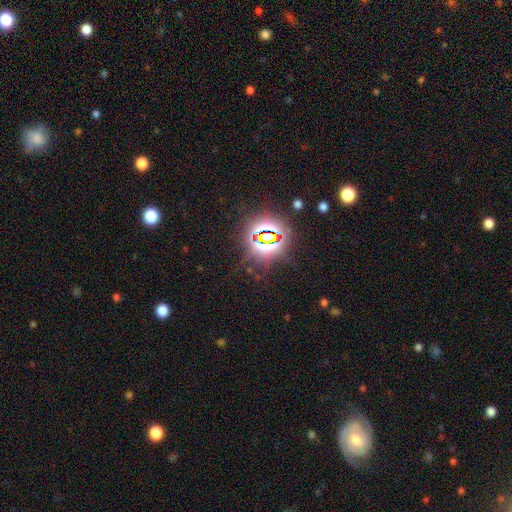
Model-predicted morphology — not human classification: Smooth or featured: star or artifact — 81% (smooth — 11%)